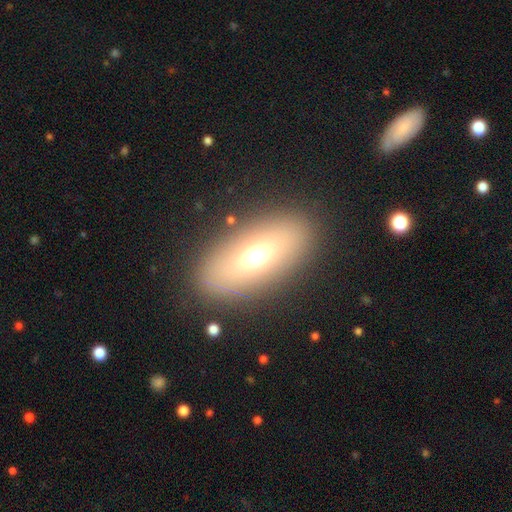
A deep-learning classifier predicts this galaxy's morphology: type=smooth (61%); roundness=in between (82%); merging=none (86%).